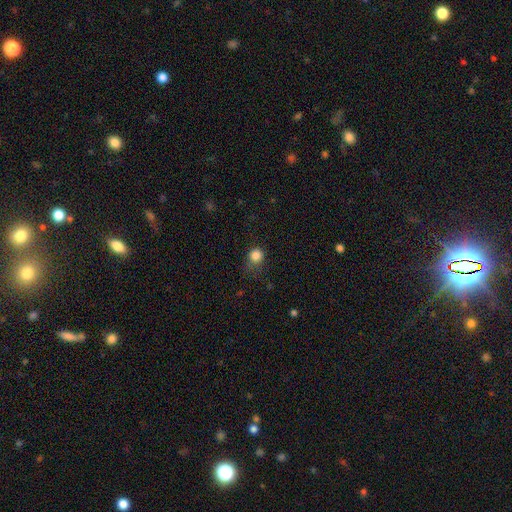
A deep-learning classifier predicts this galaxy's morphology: smooth-or-featured: smooth: 83% | star or artifact: 12% | featured or disk: 4%
  how-rounded: round: 82% | in between: 17% | cigar-shaped: 1%
  merging: none: 61% | minor disturbance: 26% | major disturbance: 11% | merger: 2%